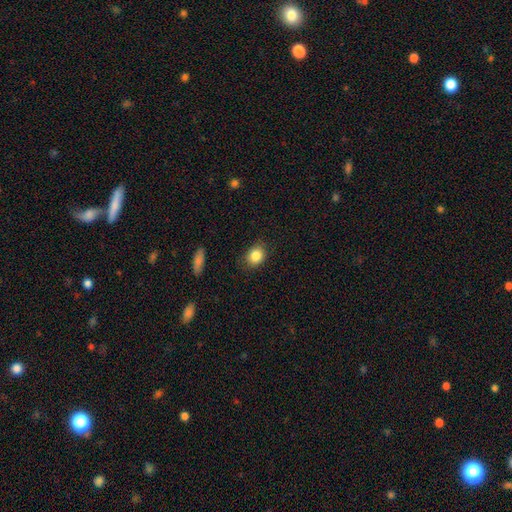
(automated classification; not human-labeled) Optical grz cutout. It shows a smooth galaxy with no disk features (85%) that is round (52%). Merging: none (82%).